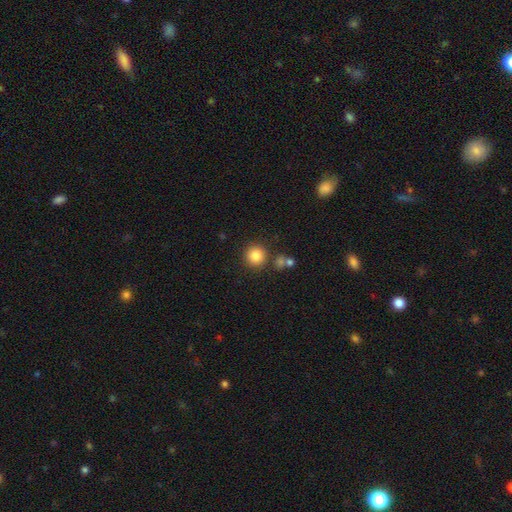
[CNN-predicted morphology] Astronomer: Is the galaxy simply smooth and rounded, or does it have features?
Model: smooth — 85%.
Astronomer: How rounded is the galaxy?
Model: round — 93%.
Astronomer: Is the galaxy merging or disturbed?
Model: none — 82%.